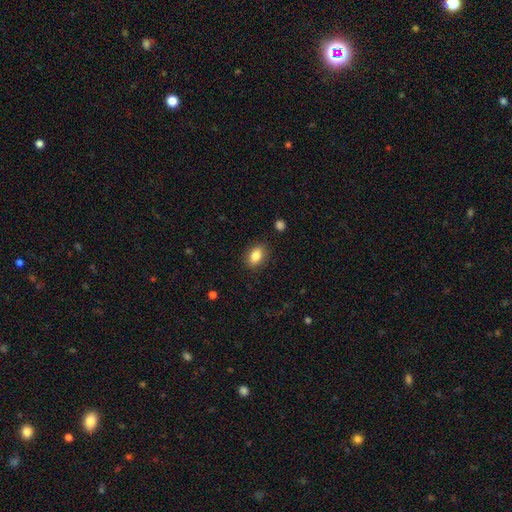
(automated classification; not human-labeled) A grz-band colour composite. It shows a smooth galaxy with no disk features (85%) that is in between round and cigar-shaped (83%). Merging: none (86%).